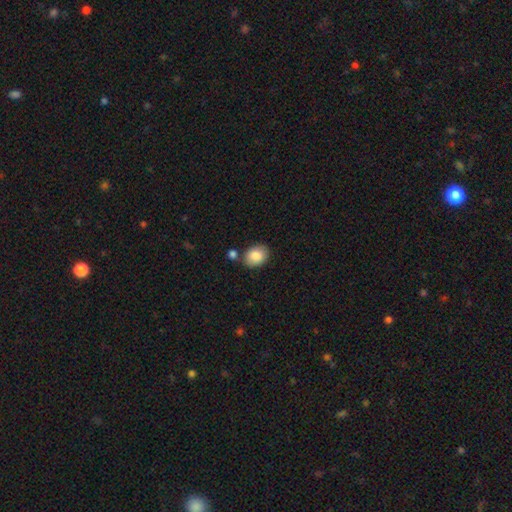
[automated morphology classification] The model was most divided on "how rounded": in between: 67%, round: 32%, cigar-shaped: 1%. More confident: smooth or featured — smooth (85%); merging — none (73%).